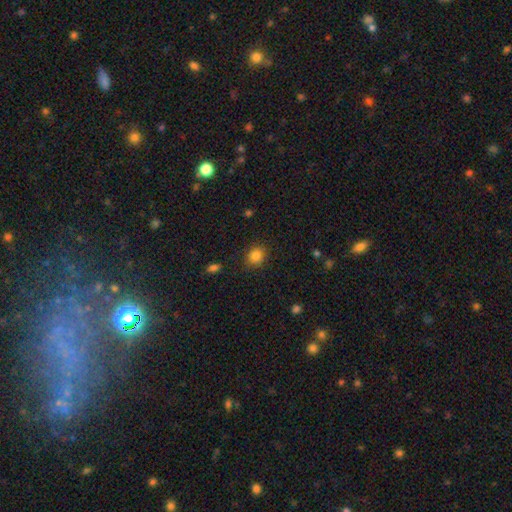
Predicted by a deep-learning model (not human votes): This is clearly a smooth galaxy (84%). How rounded: likely round (74%). Merging: clearly none (88%).